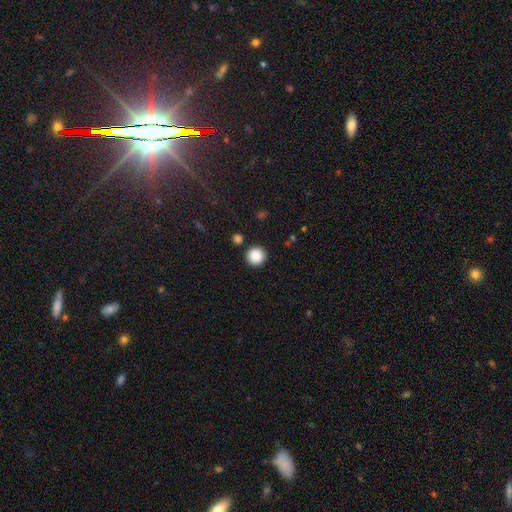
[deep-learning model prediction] Q: Smooth or featured?
A: smooth (87%); runner-up: star or artifact (9%)
Q: How rounded?
A: round (95%); runner-up: in between (4%)
Q: Merging?
A: none (90%); runner-up: minor disturbance (5%)